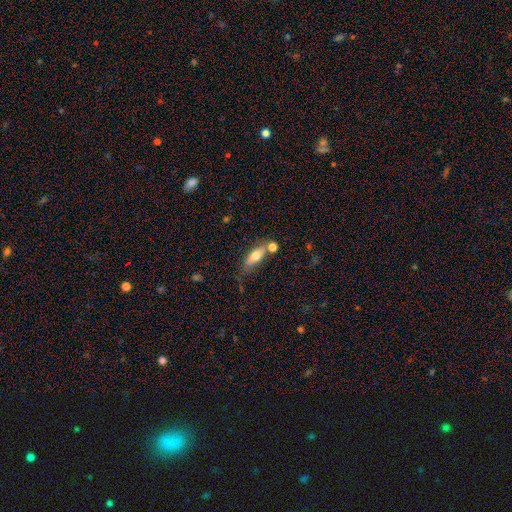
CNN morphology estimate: The model was most divided on "merging": none: 57%, merger: 20%, minor disturbance: 18%, major disturbance: 6%. More confident: how rounded — in between (67%); smooth or featured — smooth (65%).